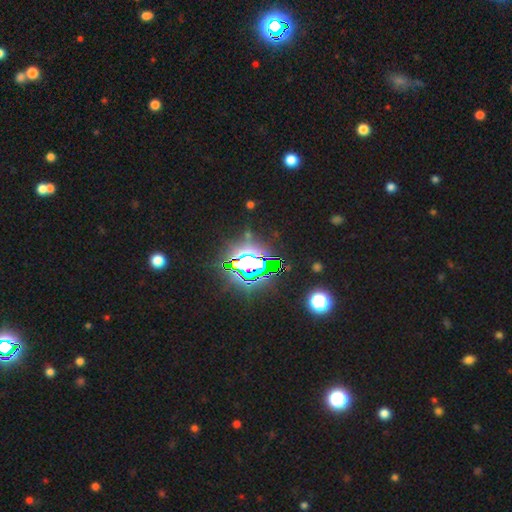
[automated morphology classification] smooth_or_featured: star or artifact (p=0.82) [alt: smooth p=0.10]